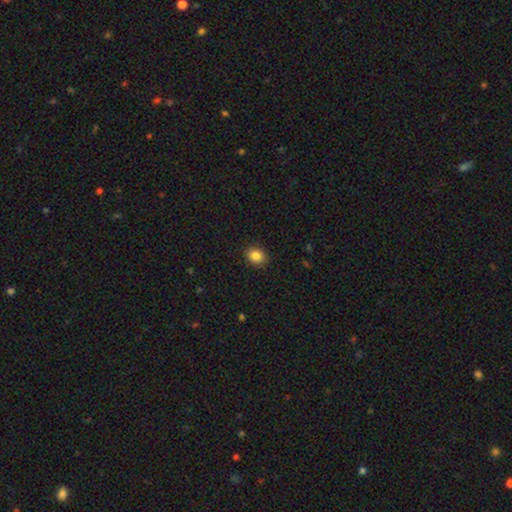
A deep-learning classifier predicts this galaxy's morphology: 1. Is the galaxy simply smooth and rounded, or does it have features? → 85% smooth, 10% star or artifact, 4% featured or disk.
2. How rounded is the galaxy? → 59% round, 40% in between, 1% cigar-shaped.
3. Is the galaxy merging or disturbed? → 90% none, 7% minor disturbance, 2% major disturbance, 1% merger.